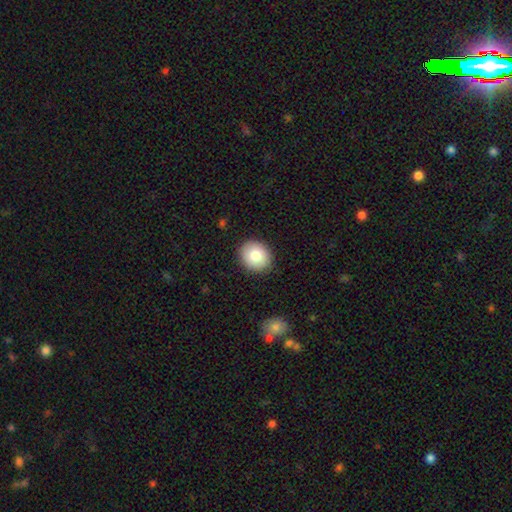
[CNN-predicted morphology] The model was most divided on "how rounded": round: 71%, in between: 28%, cigar-shaped: 1%. More confident: merging — none (89%); smooth or featured — smooth (81%).